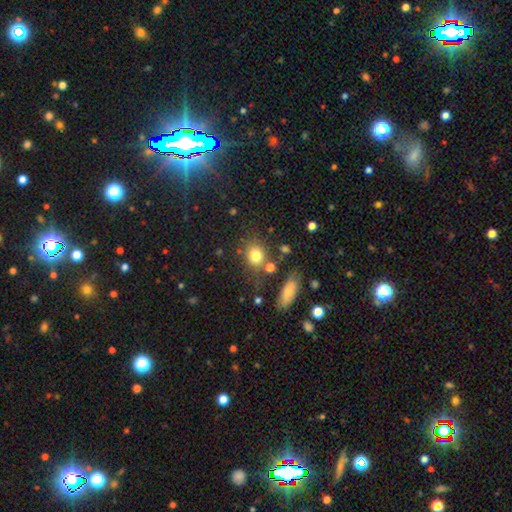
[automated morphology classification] Overall: smooth (79%). How rounded: round (59%; in between 39%). Merging: none (68%).